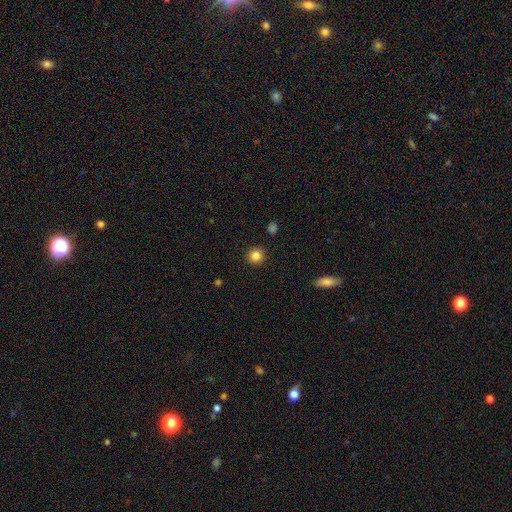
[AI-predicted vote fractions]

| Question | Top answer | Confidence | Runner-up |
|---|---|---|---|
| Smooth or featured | smooth | 85% | star or artifact (11%) |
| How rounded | round | 93% | in between (6%) |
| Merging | none | 91% | minor disturbance (5%) |